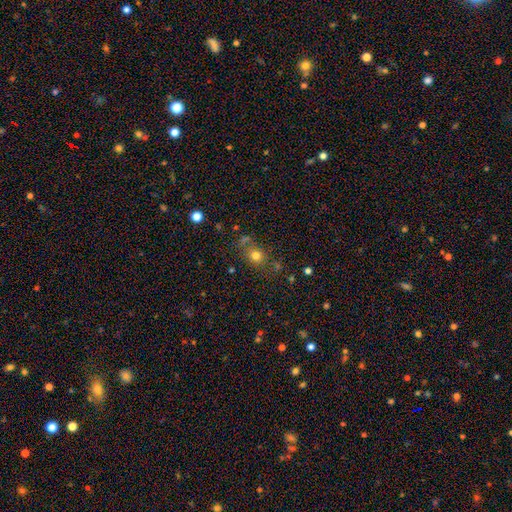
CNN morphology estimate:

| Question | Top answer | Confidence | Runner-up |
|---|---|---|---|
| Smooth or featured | smooth | 74% | star or artifact (16%) |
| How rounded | round | 73% | in between (26%) |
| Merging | none | 70% | minor disturbance (15%) |